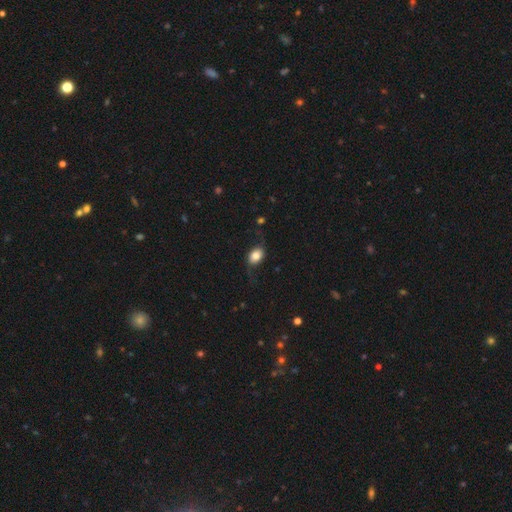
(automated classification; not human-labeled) Morphology: type=smooth (66%); roundness=in between (76%); merging=none (66%).